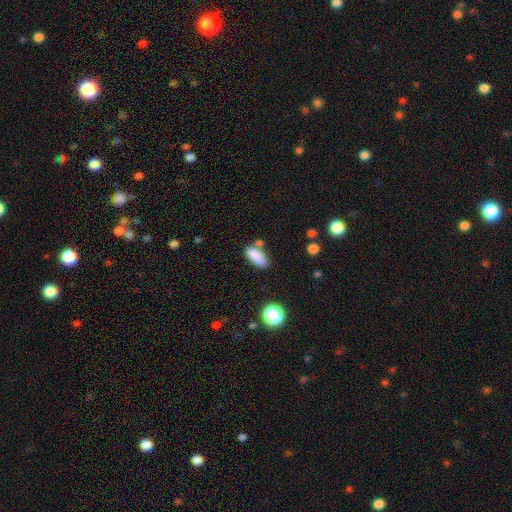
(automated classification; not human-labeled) Smooth or featured? Predicted: smooth (p=0.86). How rounded? Predicted: in between (p=0.77). Merging? Predicted: none (p=0.70).